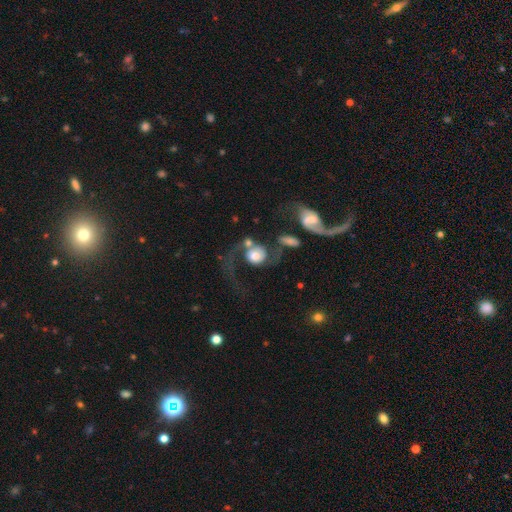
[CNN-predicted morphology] smooth_or_featured: featured or disk (p=0.52) [alt: smooth p=0.40]
disk_edge_on: no (p=0.96) [alt: yes p=0.04]
bar: no (p=0.73) [alt: weak p=0.21]
has_spiral_arms: yes (p=0.79) [alt: no p=0.21]
bulge_size: moderate (p=0.40) [alt: large p=0.33]
merging: major disturbance (p=0.33) [alt: merger p=0.32]